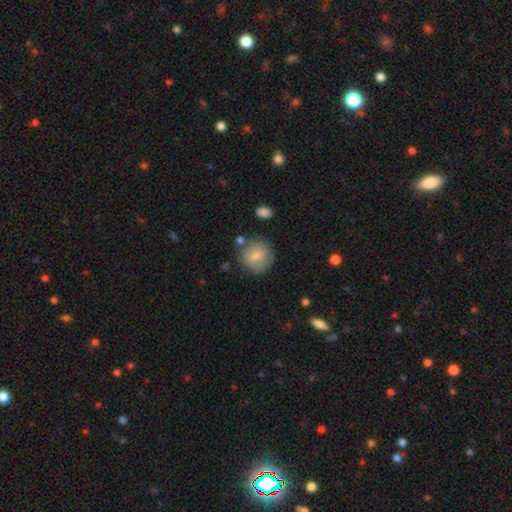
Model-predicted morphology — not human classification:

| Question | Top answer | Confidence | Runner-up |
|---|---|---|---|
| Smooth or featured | smooth | 75% | featured or disk (17%) |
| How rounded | round | 90% | in between (9%) |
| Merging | none | 76% | minor disturbance (15%) |